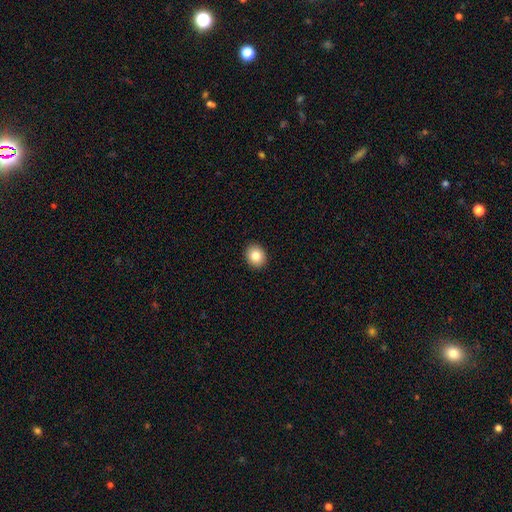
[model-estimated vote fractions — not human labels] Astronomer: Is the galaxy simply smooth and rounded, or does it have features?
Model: smooth — 83%.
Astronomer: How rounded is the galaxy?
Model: round — 71%.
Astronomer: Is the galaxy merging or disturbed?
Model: none — 93%.